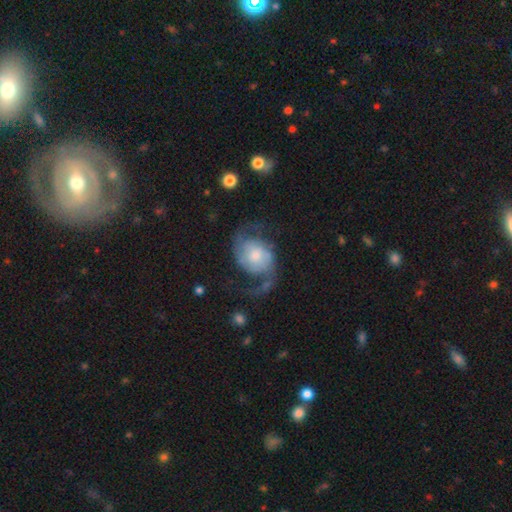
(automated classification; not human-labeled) Smooth or featured? featured or disk (81%)
Edge-on disk? no (98%)
Bar? no (64%)
Spiral arms? yes (95%)
Spiral winding? loose (55%)
Spiral arm count? 2 (91%)
Bulge size? moderate (39%)
Merging? none (56%)